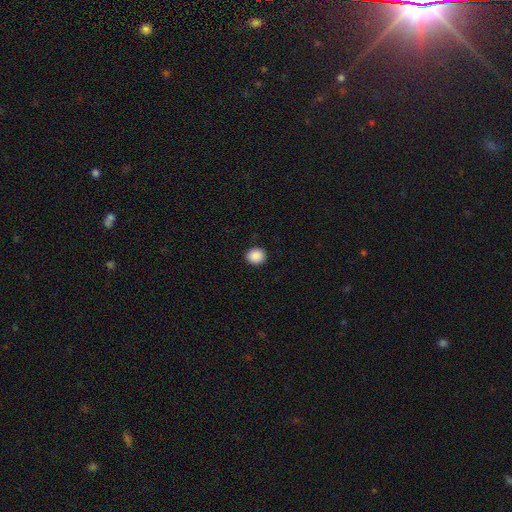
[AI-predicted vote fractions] This appears to be a smooth galaxy with no disk features (89%) that is round (76%). Merging: none (91%).